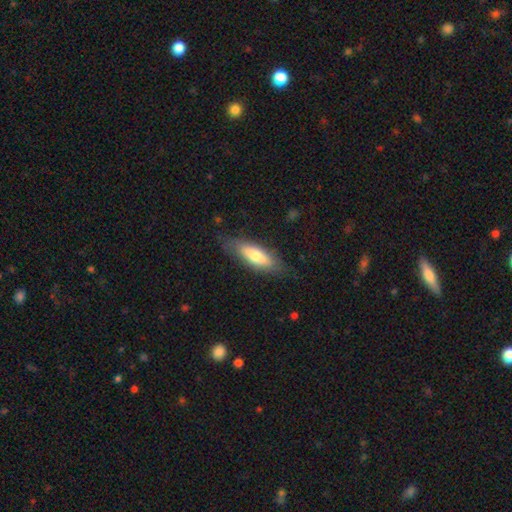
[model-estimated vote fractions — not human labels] smooth-or-featured: smooth: 68% | featured or disk: 26% | star or artifact: 6%
  how-rounded: in between: 55% | cigar-shaped: 43% | round: 2%
  merging: none: 79% | minor disturbance: 16% | major disturbance: 4% | merger: 1%